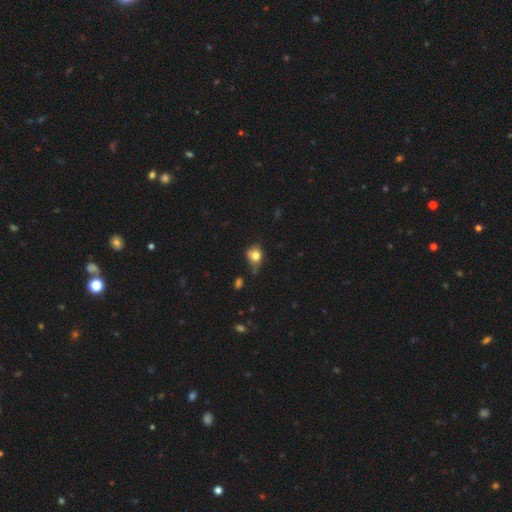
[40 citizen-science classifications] Morphology: type=smooth (70%); roundness=in between (64%); merging=none (51%).